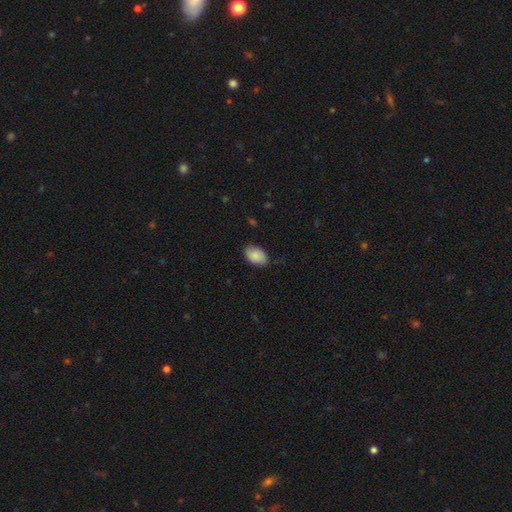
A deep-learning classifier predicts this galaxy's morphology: type=smooth (87%); roundness=in between (89%); merging=none (77%).